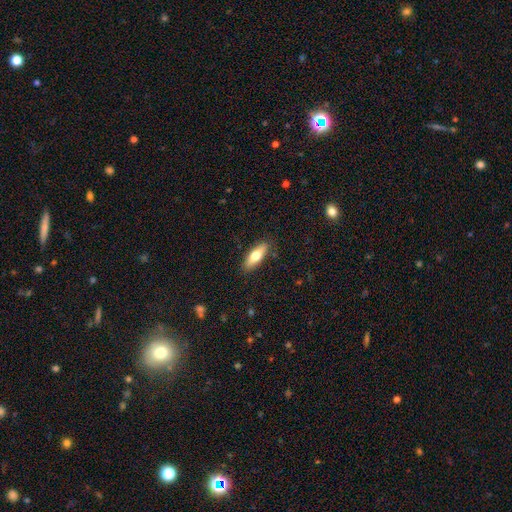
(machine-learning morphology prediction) Smooth or featured?
  - smooth: 65% *
  - featured or disk: 29%
  - star or artifact: 6%
How rounded?
  - in between: 54% *
  - cigar-shaped: 44%
  - round: 2%
Merging?
  - none: 88% *
  - minor disturbance: 9%
  - major disturbance: 2%
  - merger: 1%